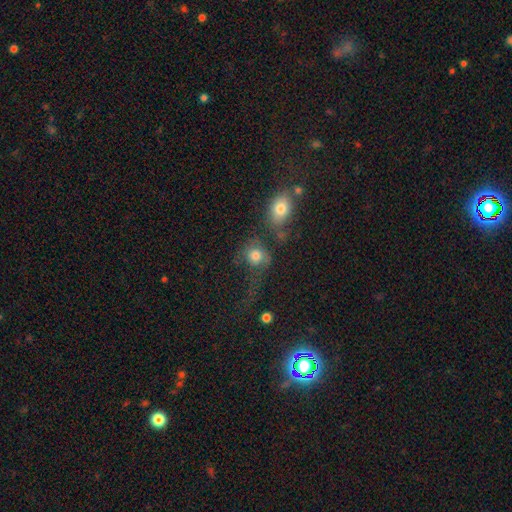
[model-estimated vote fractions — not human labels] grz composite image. It shows a smooth galaxy with no disk features (74%) that is round (73%). Merging: none (40%).